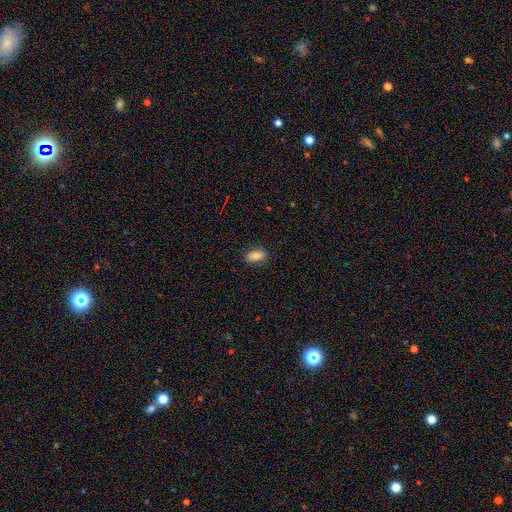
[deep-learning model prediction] Smooth or featured: smooth — 82% (featured or disk — 9%)
How rounded: in between — 88% (cigar-shaped — 7%)
Merging: none — 87% (minor disturbance — 10%)